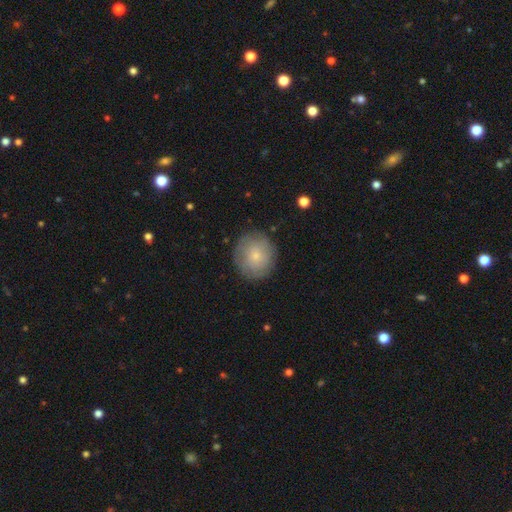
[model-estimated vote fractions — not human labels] Morphology: type=smooth (70%); roundness=round (86%); merging=none (83%).